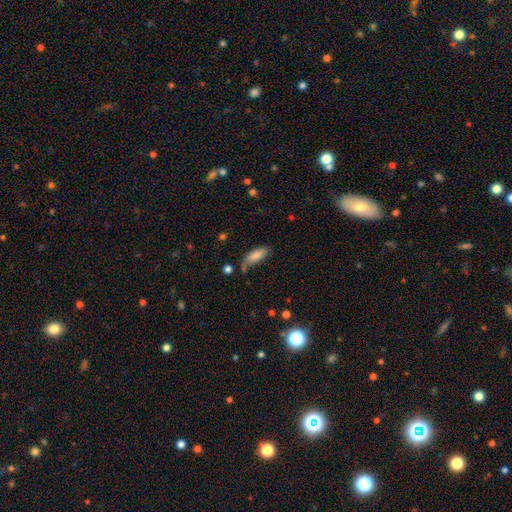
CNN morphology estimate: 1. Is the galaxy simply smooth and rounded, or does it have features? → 83% smooth, 10% featured or disk, 7% star or artifact.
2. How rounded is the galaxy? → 72% in between, 26% cigar-shaped, 2% round.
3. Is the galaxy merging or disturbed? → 53% none, 31% minor disturbance, 10% major disturbance, 6% merger.